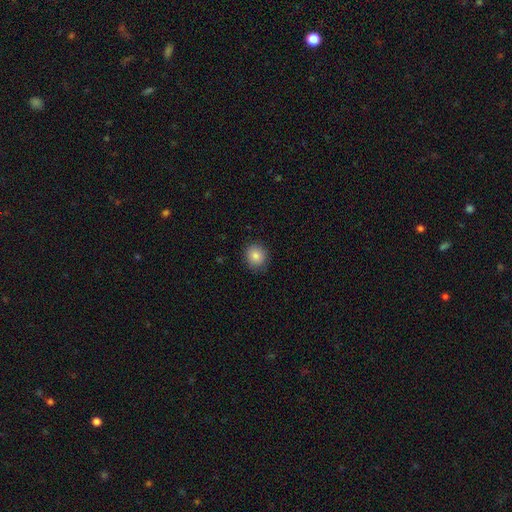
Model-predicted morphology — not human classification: smooth 83%, star or artifact 10%, featured or disk 7%. Down the decision tree: how rounded — round (85%); merging — none (87%).